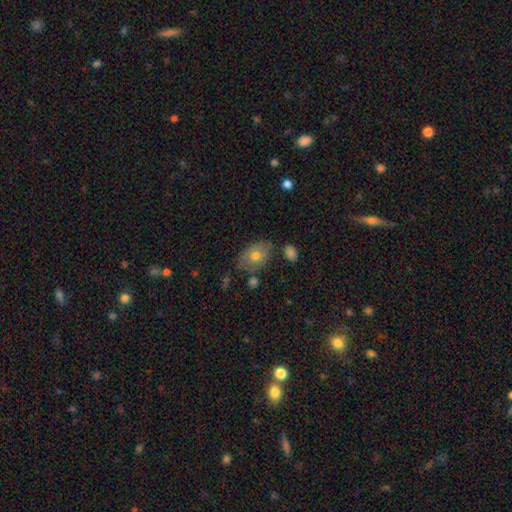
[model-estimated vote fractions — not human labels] Smooth or featured? smooth (67%)
How rounded? in between (81%)
Merging? none (67%)